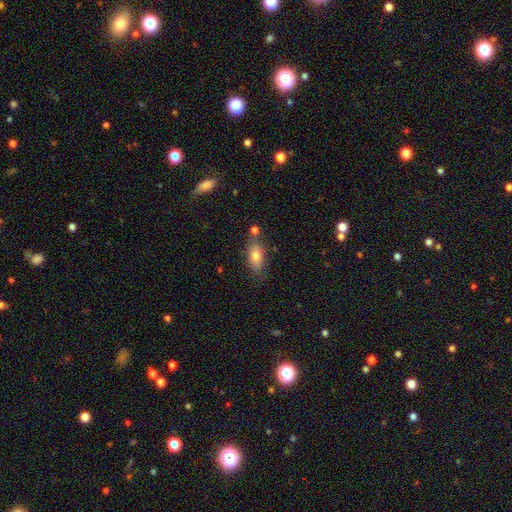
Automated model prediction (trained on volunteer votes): Smooth or featured: smooth — 76% (featured or disk — 16%)
How rounded: in between — 83% (cigar-shaped — 12%)
Merging: none — 65% (minor disturbance — 17%)